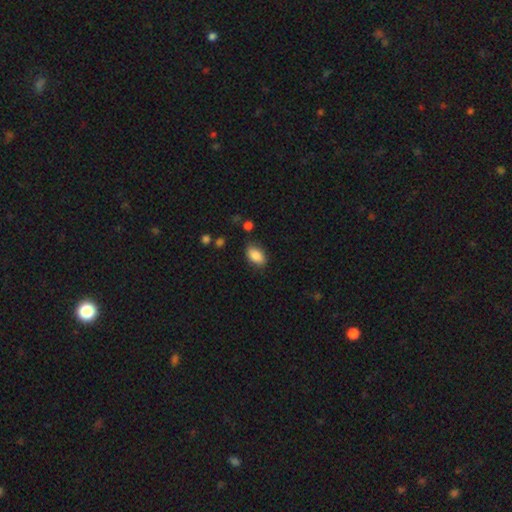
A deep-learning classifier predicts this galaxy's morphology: Smooth or featured? smooth (87%)
How rounded? in between (91%)
Merging? none (80%)